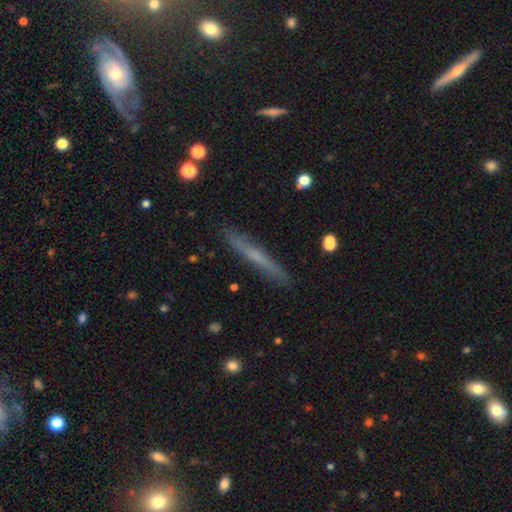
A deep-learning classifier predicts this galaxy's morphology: Q: Smooth or featured?
A: smooth (48%); runner-up: featured or disk (44%)
Q: Merging?
A: none (88%); runner-up: minor disturbance (9%)